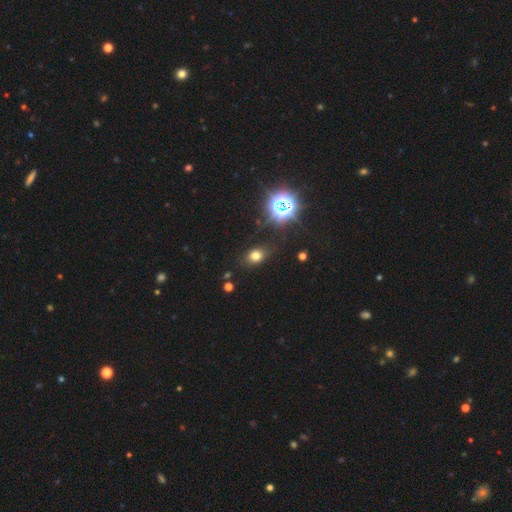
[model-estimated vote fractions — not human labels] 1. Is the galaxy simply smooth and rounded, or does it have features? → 69% smooth, 22% star or artifact, 9% featured or disk.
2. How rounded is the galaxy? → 63% in between, 35% round, 2% cigar-shaped.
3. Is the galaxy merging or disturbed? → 78% none, 15% minor disturbance, 4% major disturbance, 2% merger.